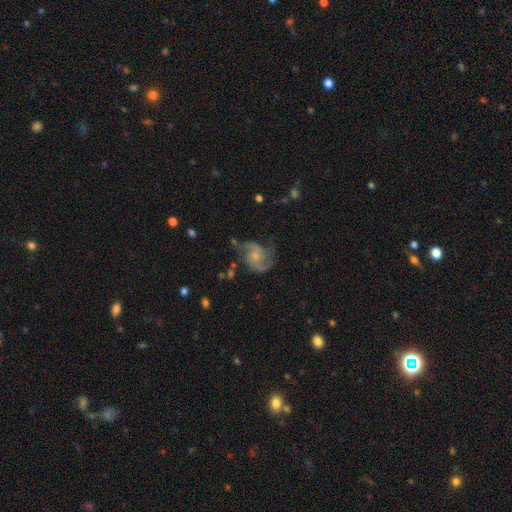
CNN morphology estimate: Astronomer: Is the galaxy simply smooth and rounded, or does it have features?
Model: featured or disk — 77%.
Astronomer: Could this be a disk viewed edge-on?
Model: no — 98%.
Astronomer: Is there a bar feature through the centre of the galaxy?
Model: no — 69%.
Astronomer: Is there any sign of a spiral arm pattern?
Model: yes — 92%.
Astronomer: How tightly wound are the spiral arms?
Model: medium — 49% (runner-up: loose, 34%).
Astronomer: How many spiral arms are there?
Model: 2 — 71%.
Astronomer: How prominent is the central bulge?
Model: small — 60%.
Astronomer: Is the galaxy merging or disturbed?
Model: none — 51%.